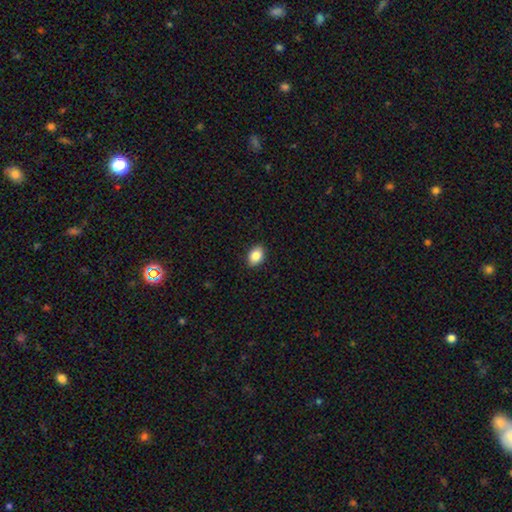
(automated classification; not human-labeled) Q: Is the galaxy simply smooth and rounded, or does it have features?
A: smooth — 87%.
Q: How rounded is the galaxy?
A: in between — 78%.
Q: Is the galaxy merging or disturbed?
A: none — 89%.